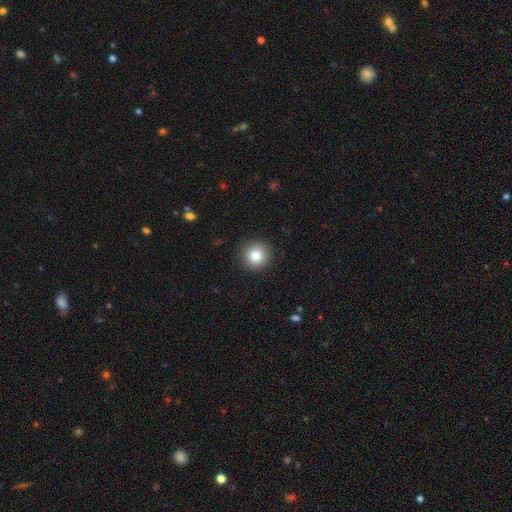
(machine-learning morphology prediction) This appears to be a smooth galaxy with no disk features (83%) that is round (95%). Merging: none (91%).